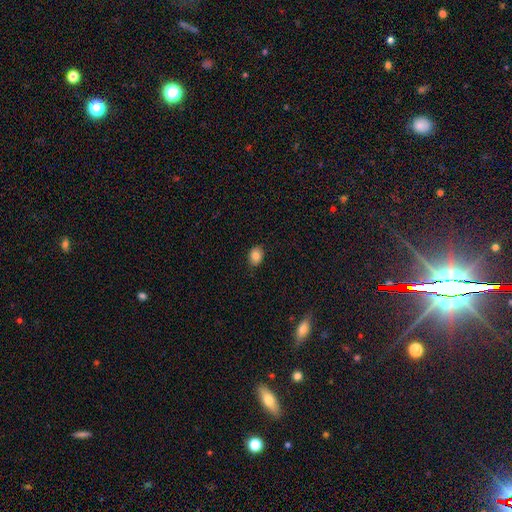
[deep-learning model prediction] Smooth or featured? Predicted: smooth (p=0.84). How rounded? Predicted: in between (p=0.62). Merging? Predicted: none (p=0.86).